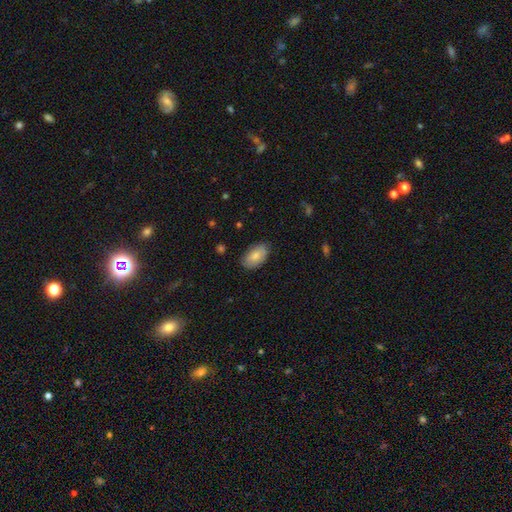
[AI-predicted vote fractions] smooth-or-featured: smooth: 73% | featured or disk: 21% | star or artifact: 6%
  how-rounded: in between: 94% | round: 4% | cigar-shaped: 2%
  merging: none: 77% | minor disturbance: 19% | major disturbance: 3% | merger: 1%